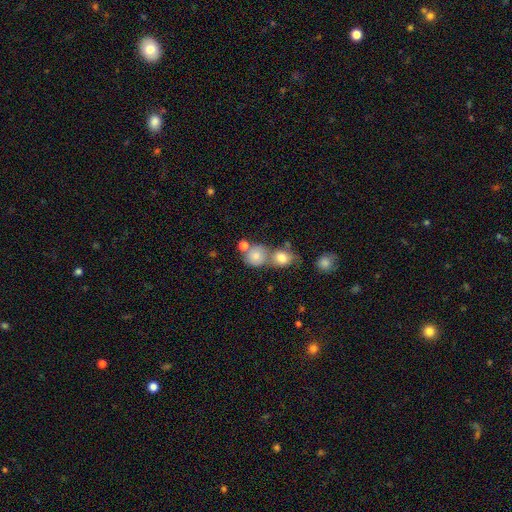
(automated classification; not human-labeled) Overall: smooth (76%). How rounded: round (79%). Merging: merger (44%; none 42%).